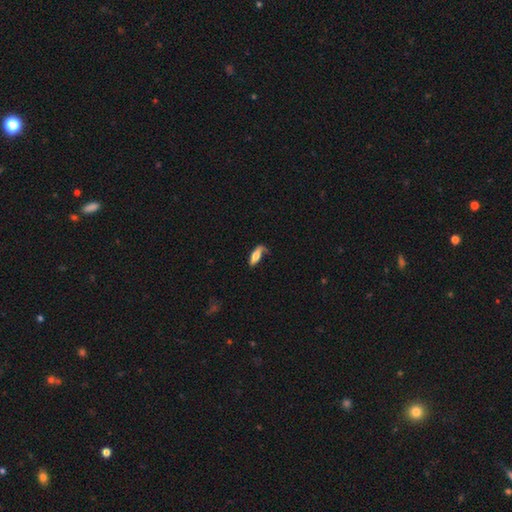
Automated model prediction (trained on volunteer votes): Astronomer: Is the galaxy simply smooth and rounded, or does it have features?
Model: smooth — 68%.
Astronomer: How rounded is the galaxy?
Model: in between — 59% (runner-up: cigar-shaped, 38%).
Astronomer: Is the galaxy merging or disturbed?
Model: none — 48% (runner-up: minor disturbance, 29%).